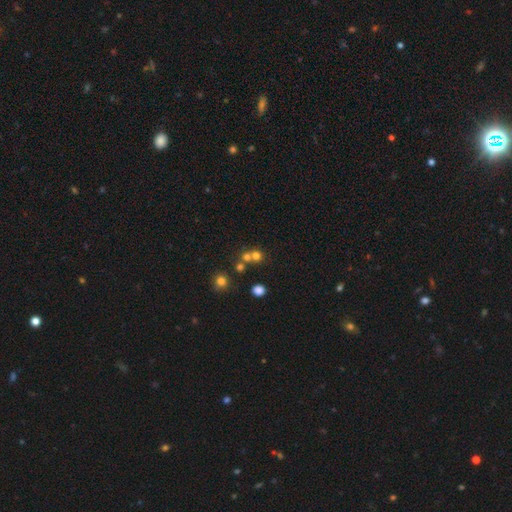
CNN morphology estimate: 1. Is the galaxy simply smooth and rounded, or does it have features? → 68% smooth, 20% star or artifact, 12% featured or disk.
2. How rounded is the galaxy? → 86% round, 13% in between, 1% cigar-shaped.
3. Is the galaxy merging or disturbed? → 50% none, 40% merger, 6% minor disturbance, 3% major disturbance.